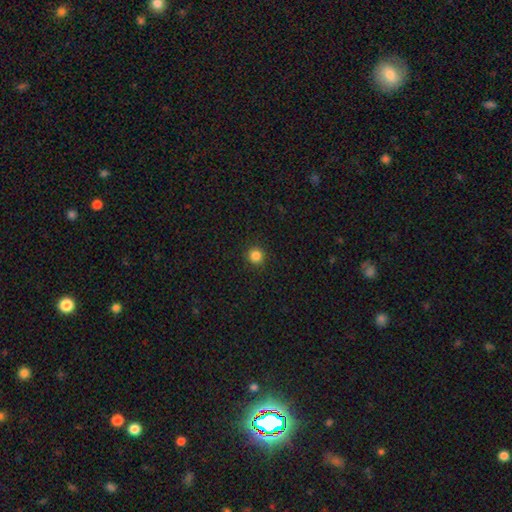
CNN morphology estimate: A smooth galaxy with no disk features (85%) that is round (94%).

Vote fractions:
- Smooth or featured? smooth: 85% / star or artifact: 12% / featured or disk: 4%
- How rounded? round: 94% / in between: 5% / cigar-shaped: 1%
- Merging? none: 92% / minor disturbance: 5% / major disturbance: 2% / merger: 1%